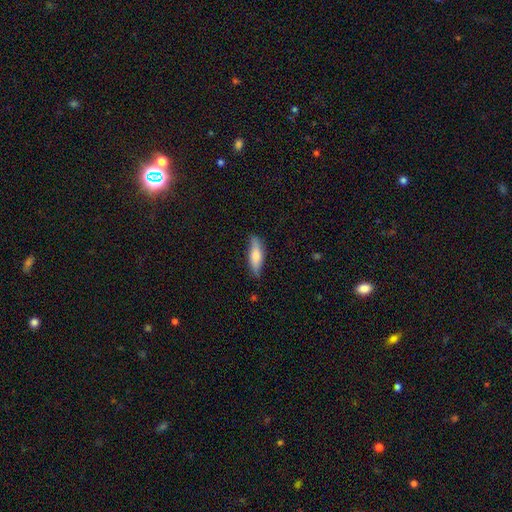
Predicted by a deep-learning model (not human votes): This appears to be a smooth galaxy with no disk features (68%) that is cigar-shaped (53%). Merging: none (78%).